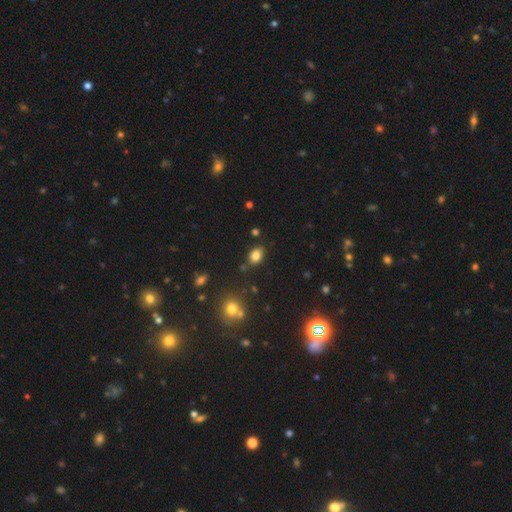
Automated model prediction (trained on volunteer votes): Smooth or featured? Predicted: smooth (p=0.82). How rounded? Predicted: in between (p=0.79). Merging? Predicted: none (p=0.81).